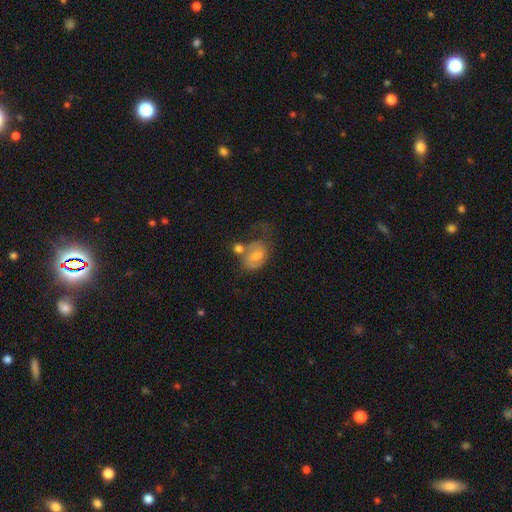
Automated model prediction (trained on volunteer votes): A featured or disk galaxy (47%). Merging: major disturbance (28%).